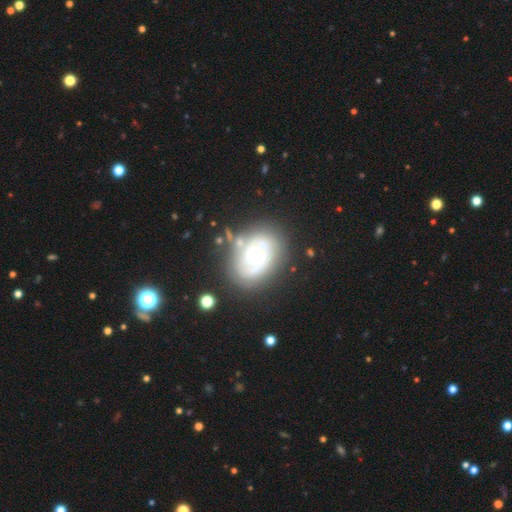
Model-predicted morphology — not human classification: Smooth or featured? featured or disk (64%)
Edge-on disk? no (94%)
Bar? no (86%)
Spiral arms? no (67%)
Bulge size? moderate (47%)
Merging? none (72%)